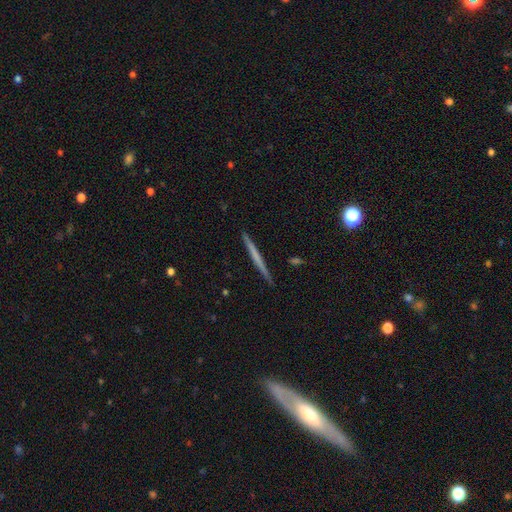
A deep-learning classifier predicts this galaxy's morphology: type=featured or disk (48%); merging=none (91%).